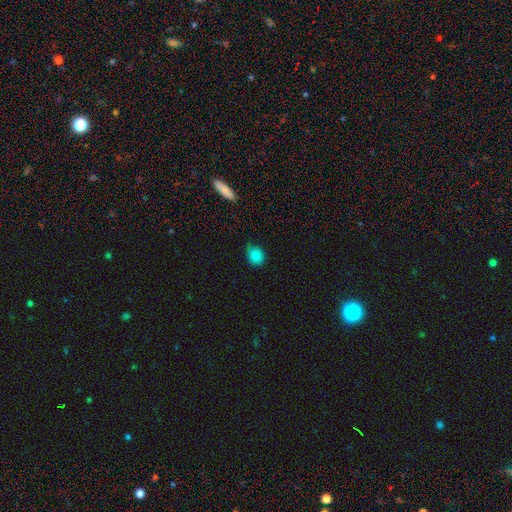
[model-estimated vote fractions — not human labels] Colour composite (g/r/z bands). It shows a smooth galaxy with no disk features (85%) that is round (63%). Merging: none (66%).